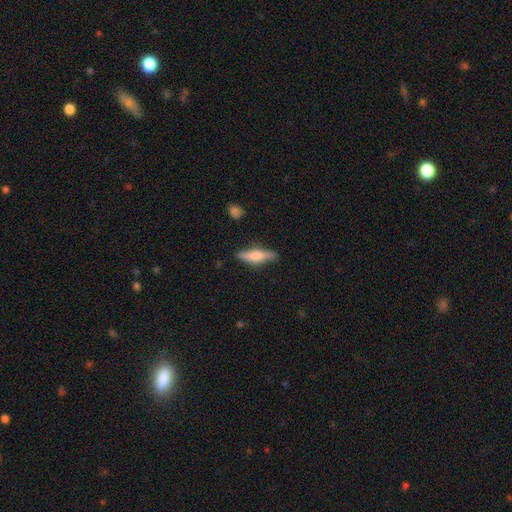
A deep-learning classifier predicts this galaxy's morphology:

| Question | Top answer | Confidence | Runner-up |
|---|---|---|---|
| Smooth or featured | smooth | 57% | featured or disk (37%) |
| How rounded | cigar-shaped | 69% | in between (29%) |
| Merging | none | 82% | minor disturbance (14%) |